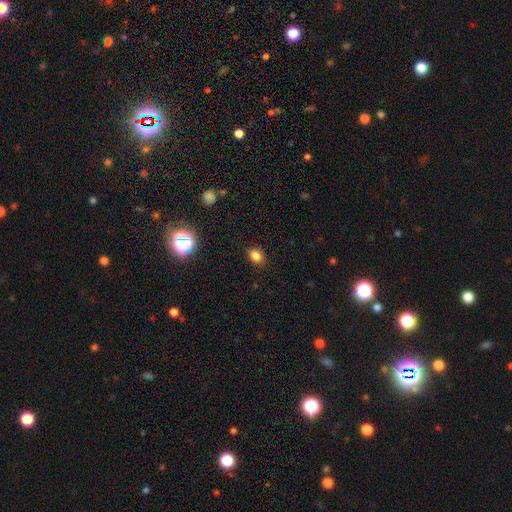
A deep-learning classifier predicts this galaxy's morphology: Overall: smooth (81%). How rounded: in between (54%; round 45%). Merging: none (86%).